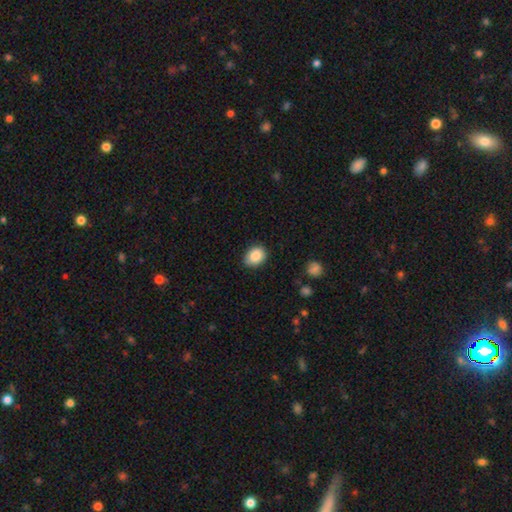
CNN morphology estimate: A smooth galaxy with no disk features (87%) that is in between round and cigar-shaped (54%).

Vote fractions:
- Smooth or featured? smooth: 87% / star or artifact: 8% / featured or disk: 5%
- How rounded? in between: 54% / round: 45% / cigar-shaped: 1%
- Merging? none: 83% / minor disturbance: 14% / major disturbance: 2% / merger: 1%